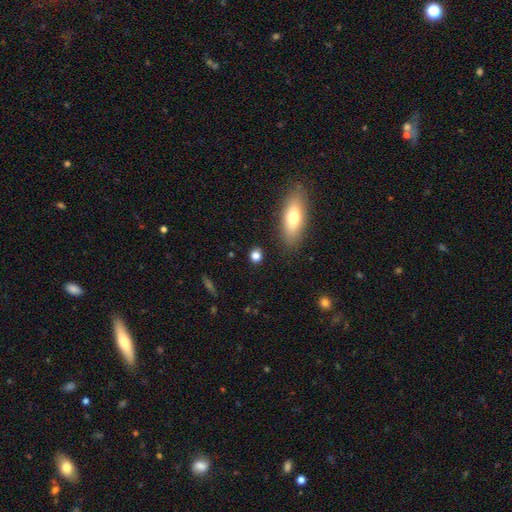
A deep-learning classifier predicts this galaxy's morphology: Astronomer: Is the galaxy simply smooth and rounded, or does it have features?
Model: smooth — 82%.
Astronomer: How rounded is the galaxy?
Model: round — 66%.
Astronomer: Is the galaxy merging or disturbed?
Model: none — 85%.